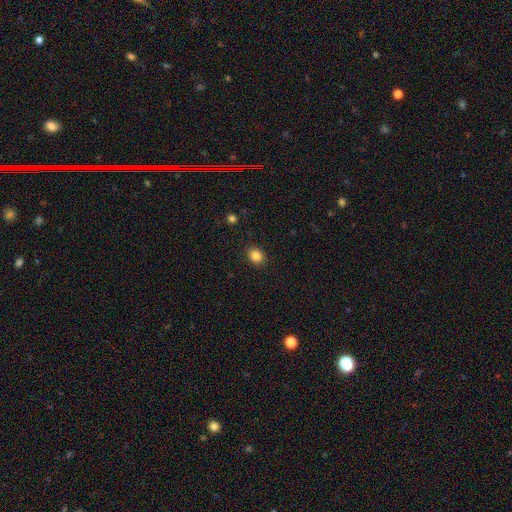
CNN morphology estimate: This is clearly a smooth galaxy (85%). How rounded: possibly round (60%). Merging: clearly none (90%).